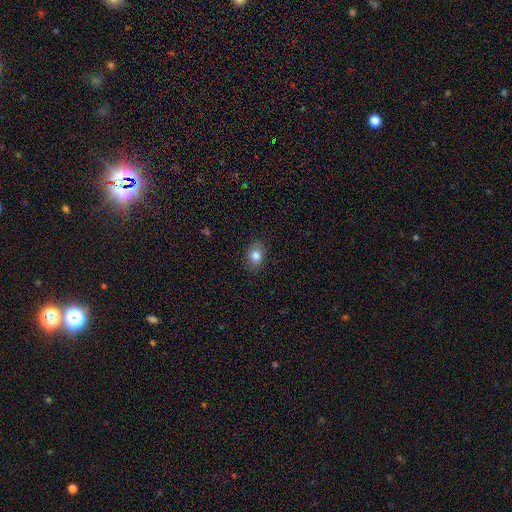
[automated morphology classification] Overall: smooth (82%). How rounded: in between (60%; round 39%). Merging: none (86%).